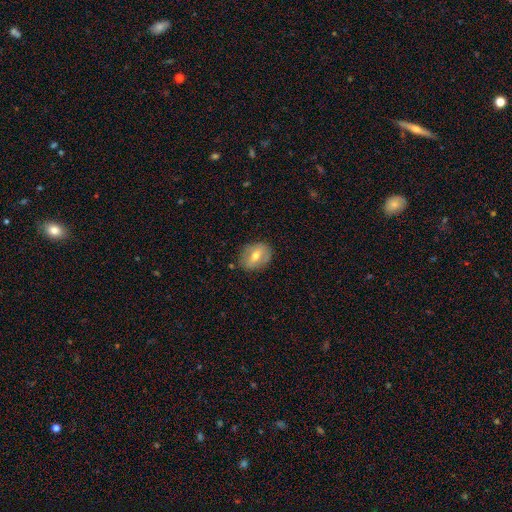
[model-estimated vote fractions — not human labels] Smooth or featured? smooth (55%)
How rounded? in between (61%)
Merging? none (80%)